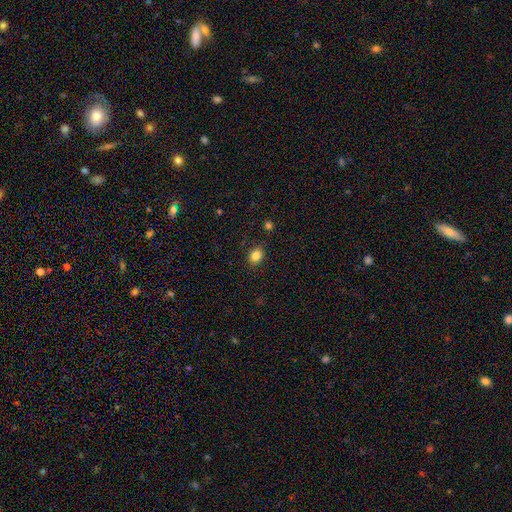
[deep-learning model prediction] This appears to be a smooth galaxy with no disk features (84%) that is in between round and cigar-shaped (57%). Merging: none (86%).